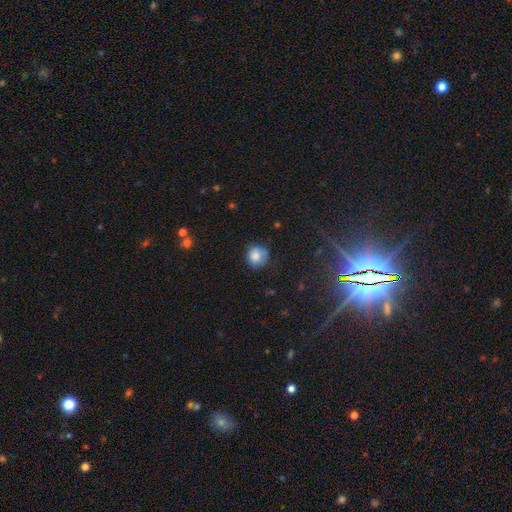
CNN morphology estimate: The model was most divided on "merging": none: 66%, minor disturbance: 25%, major disturbance: 6%, merger: 3%. More confident: how rounded — round (86%); smooth or featured — smooth (77%).